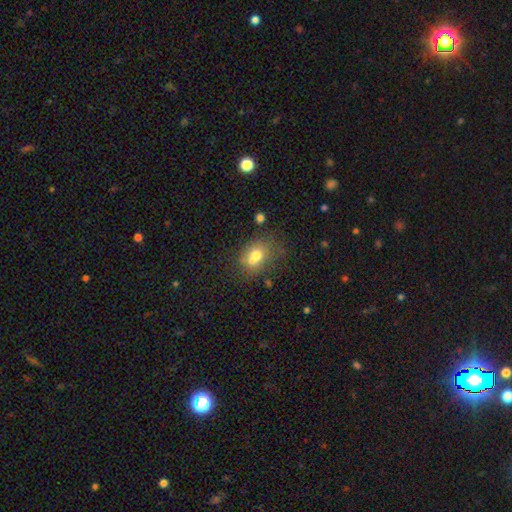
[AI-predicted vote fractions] This appears to be a smooth galaxy with no disk features (67%) that is in between round and cigar-shaped (57%). Merging: none (44%).